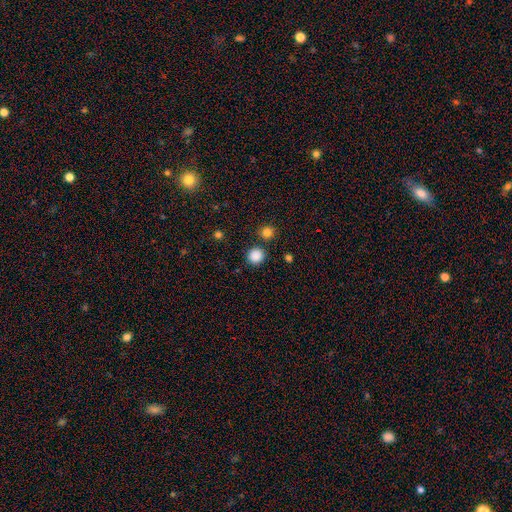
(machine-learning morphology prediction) Smooth or featured? smooth (86%)
How rounded? round (92%)
Merging? none (86%)